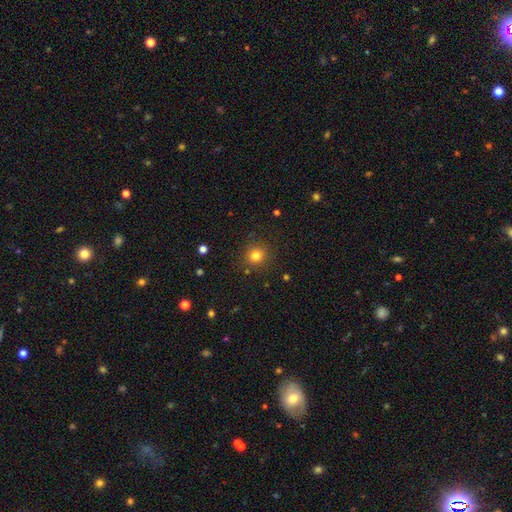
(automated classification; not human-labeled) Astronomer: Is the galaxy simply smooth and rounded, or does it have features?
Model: smooth — 80%.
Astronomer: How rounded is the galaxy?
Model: round — 89%.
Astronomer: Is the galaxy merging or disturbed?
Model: none — 87%.